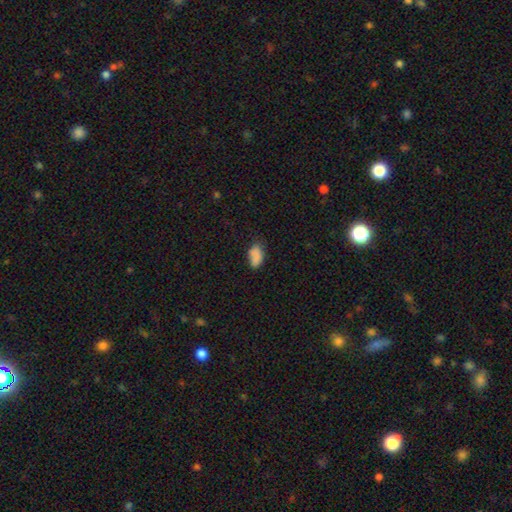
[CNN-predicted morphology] Smooth or featured? smooth (84%)
How rounded? in between (92%)
Merging? none (63%)